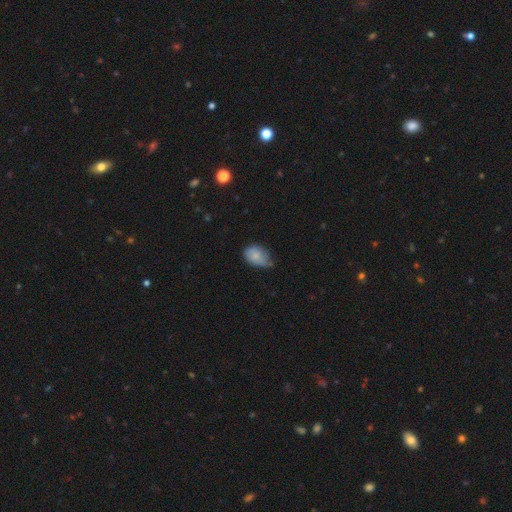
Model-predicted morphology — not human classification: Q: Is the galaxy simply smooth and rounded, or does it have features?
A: smooth — 79%.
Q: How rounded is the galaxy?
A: in between — 80%.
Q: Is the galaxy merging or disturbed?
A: minor disturbance — 47%.